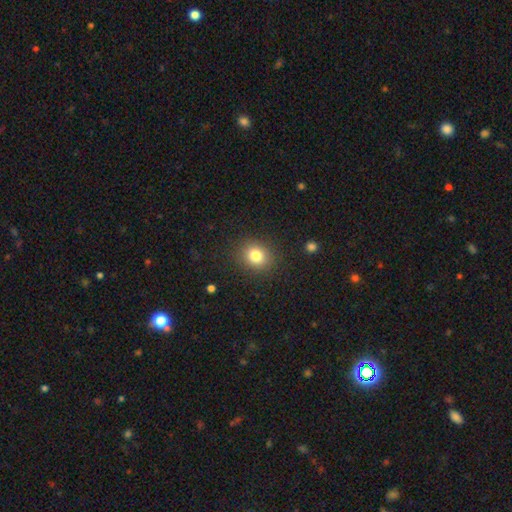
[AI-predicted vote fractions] smooth 81%, star or artifact 12%, featured or disk 7%. Down the decision tree: how rounded — round (69%); merging — none (88%).